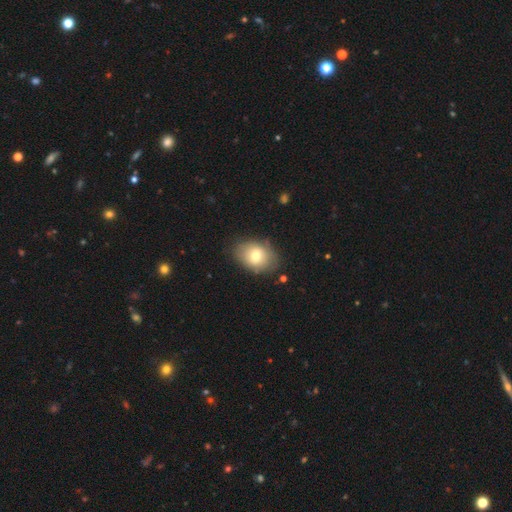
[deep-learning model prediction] Smooth or featured? Predicted: smooth (p=0.74). How rounded? Predicted: in between (p=0.74). Merging? Predicted: none (p=0.77).